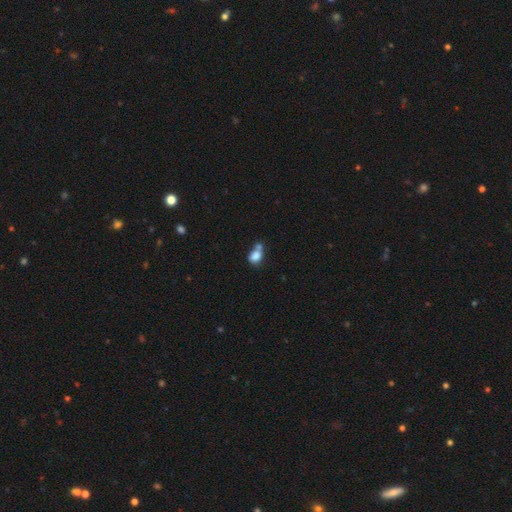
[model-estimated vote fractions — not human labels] This is likely a smooth galaxy (78%). How rounded: likely in between (69%). Merging: possibly merger (48%).